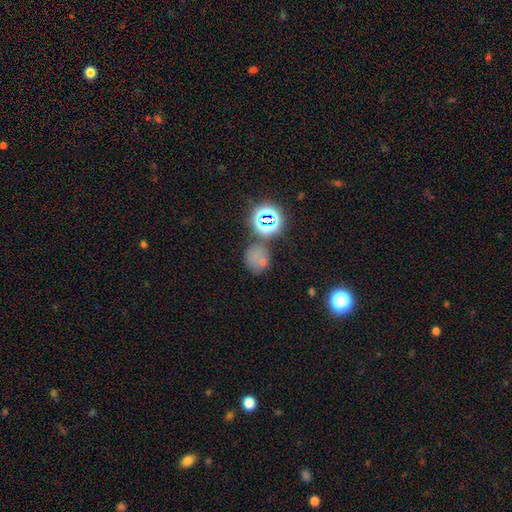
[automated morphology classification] Smooth or featured?
  - smooth: 57% *
  - star or artifact: 33%
  - featured or disk: 10%
How rounded?
  - round: 77% *
  - in between: 22%
  - cigar-shaped: 1%
Merging?
  - none: 61% *
  - merger: 17%
  - minor disturbance: 15%
  - major disturbance: 7%